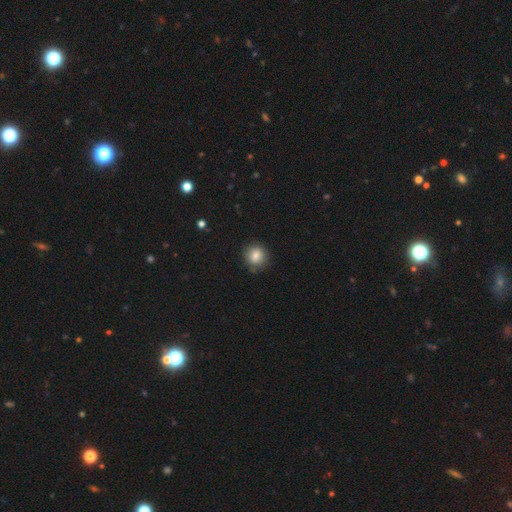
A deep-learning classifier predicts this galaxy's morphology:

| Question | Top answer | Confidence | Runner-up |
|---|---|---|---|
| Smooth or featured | smooth | 84% | star or artifact (10%) |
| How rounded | round | 84% | in between (15%) |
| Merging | none | 83% | minor disturbance (13%) |